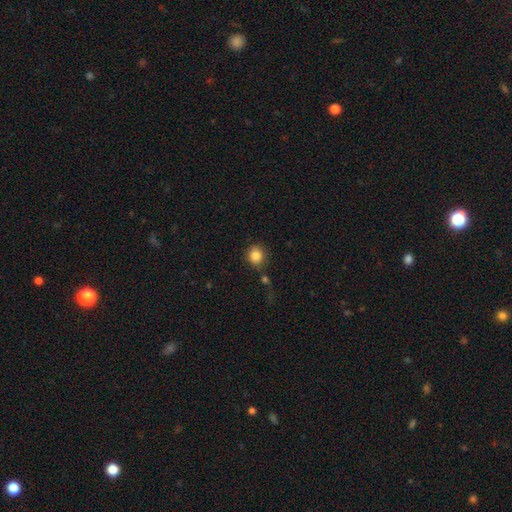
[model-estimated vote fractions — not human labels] Smooth or featured?
  - smooth: 85% *
  - star or artifact: 9%
  - featured or disk: 5%
How rounded?
  - round: 86% *
  - in between: 13%
  - cigar-shaped: 1%
Merging?
  - none: 76% *
  - minor disturbance: 11%
  - merger: 8%
  - major disturbance: 5%